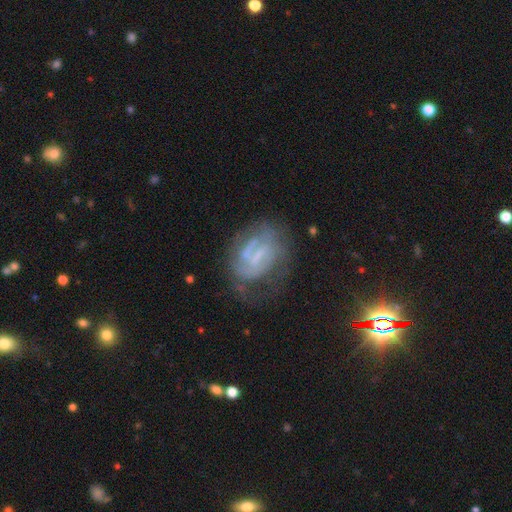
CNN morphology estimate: featured or disk 69%, smooth 20%, star or artifact 11%. Down the decision tree: edge-on disk — no (97%); bar — weak (45%); spiral arms — yes (70%); bulge size — none (50%); merging — none (48%).